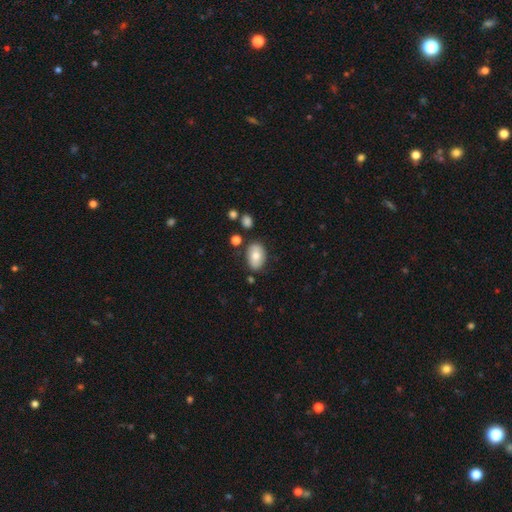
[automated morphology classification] Smooth or featured: smooth — 74% (featured or disk — 18%)
How rounded: in between — 87% (round — 11%)
Merging: none — 78% (minor disturbance — 14%)